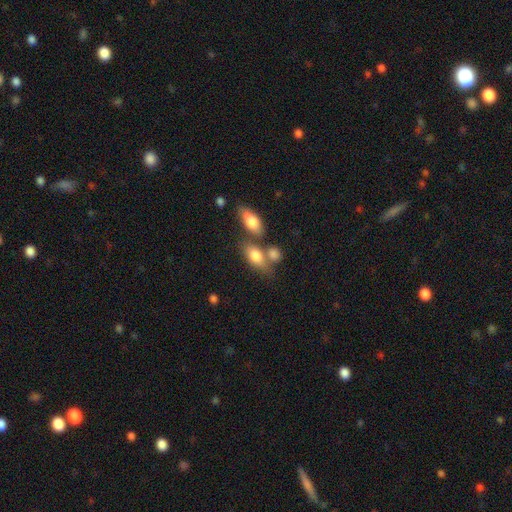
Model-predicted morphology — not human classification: smooth 78%, featured or disk 14%, star or artifact 8%. Down the decision tree: how rounded — in between (82%); merging — none (43%).